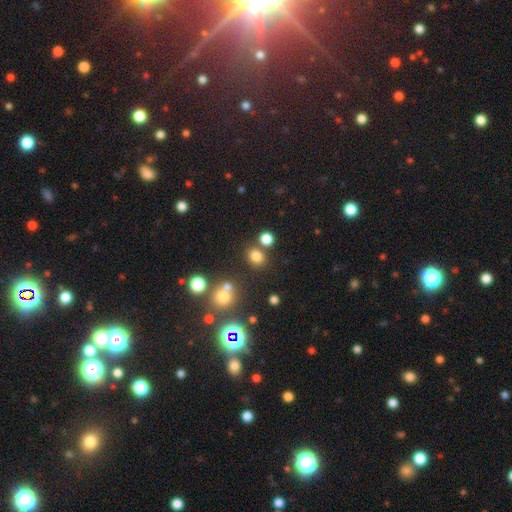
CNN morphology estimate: smooth_or_featured: smooth (p=0.77) [alt: star or artifact p=0.17]
how_rounded: round (p=0.62) [alt: in between p=0.37]
merging: none (p=0.73) [alt: merger p=0.13]